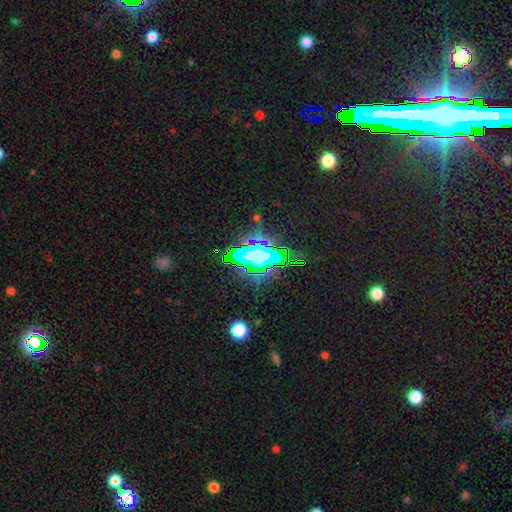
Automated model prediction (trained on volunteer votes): Q: Smooth or featured?
A: star or artifact (60%); runner-up: smooth (24%)